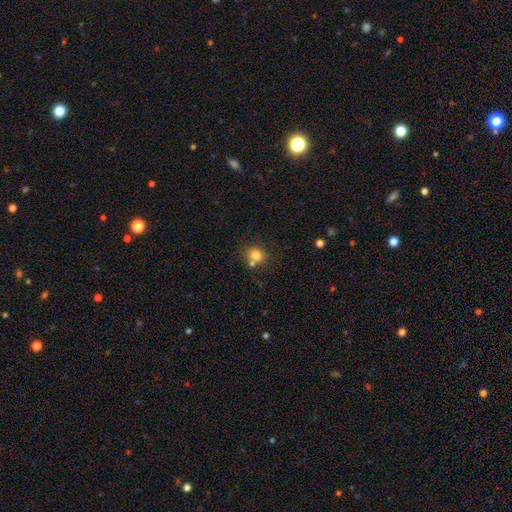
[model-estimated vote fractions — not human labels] Morphology: type=smooth (79%); roundness=round (83%); merging=none (62%).